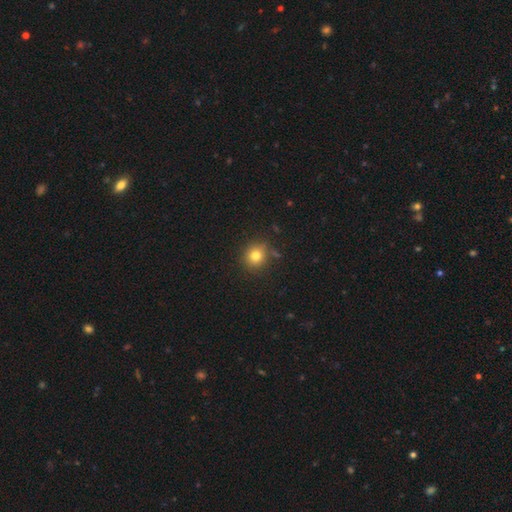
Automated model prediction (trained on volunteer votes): Overall: smooth (79%). How rounded: round (86%). Merging: none (83%).